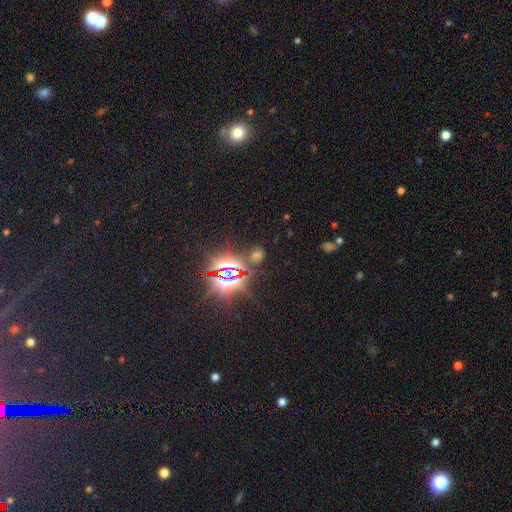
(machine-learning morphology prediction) star or artifact 71%, smooth 20%, featured or disk 8%.